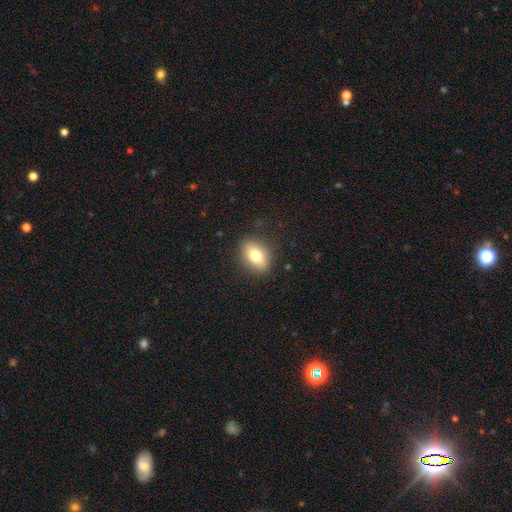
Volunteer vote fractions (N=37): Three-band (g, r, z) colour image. It shows a smooth galaxy with no disk features (73%) that is in between round and cigar-shaped (93%). Merging: none (91%).